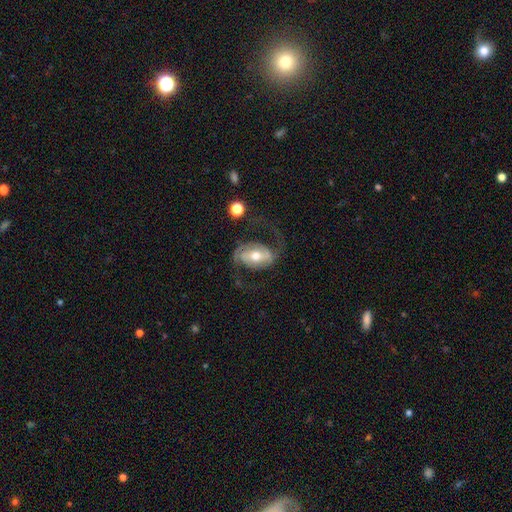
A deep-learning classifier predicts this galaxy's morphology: The model was most divided on "bar": strong: 42%, weak: 35%, no: 23%. Remaining: edge-on disk — no (96%); spiral arms — yes (92%); spiral arm count — 2 (88%); smooth or featured — featured or disk (81%); bulge size — moderate (63%); merging — none (57%); spiral winding — loose (49%).